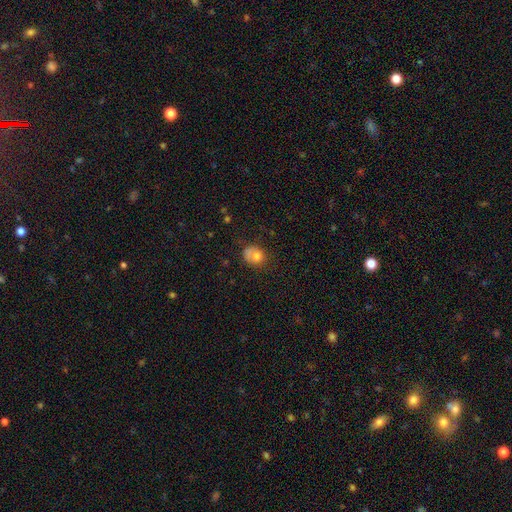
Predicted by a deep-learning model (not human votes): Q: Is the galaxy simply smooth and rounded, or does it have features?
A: smooth — 72%.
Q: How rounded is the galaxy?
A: round — 60%.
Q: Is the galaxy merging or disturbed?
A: none — 46%.